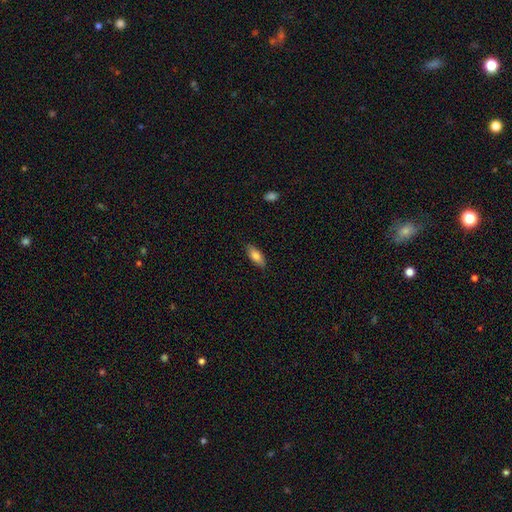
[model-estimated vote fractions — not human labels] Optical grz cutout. It shows a smooth galaxy with no disk features (81%) that is in between round and cigar-shaped (81%). Merging: none (85%).